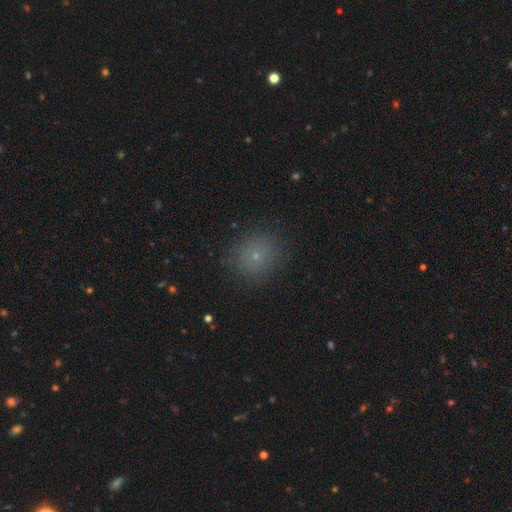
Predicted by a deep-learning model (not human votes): Smooth or featured? smooth (70%)
How rounded? round (88%)
Merging? none (87%)